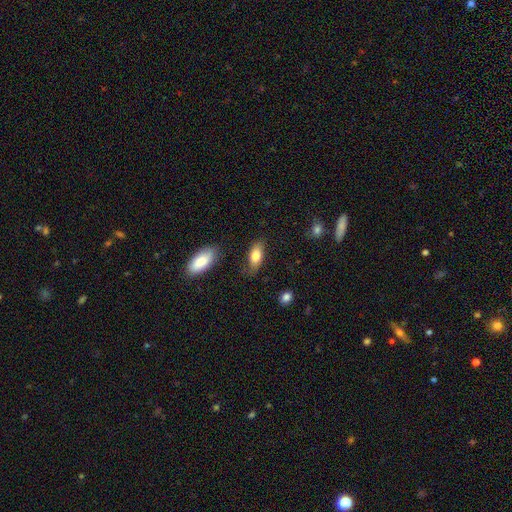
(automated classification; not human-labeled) Smooth or featured? Predicted: smooth (p=0.81). How rounded? Predicted: in between (p=0.88). Merging? Predicted: none (p=0.74).